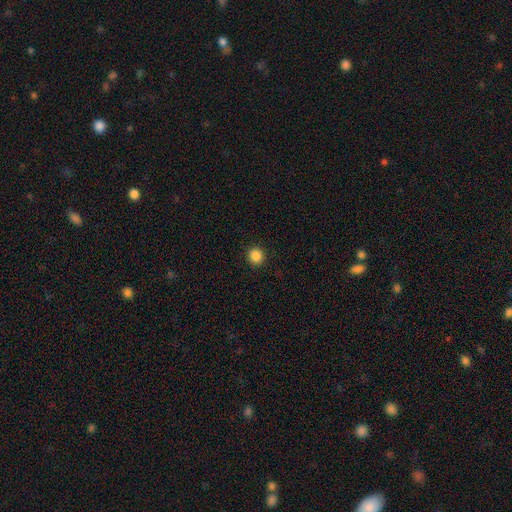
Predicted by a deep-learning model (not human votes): This is clearly a smooth galaxy (86%). How rounded: clearly round (92%). Merging: clearly none (92%).